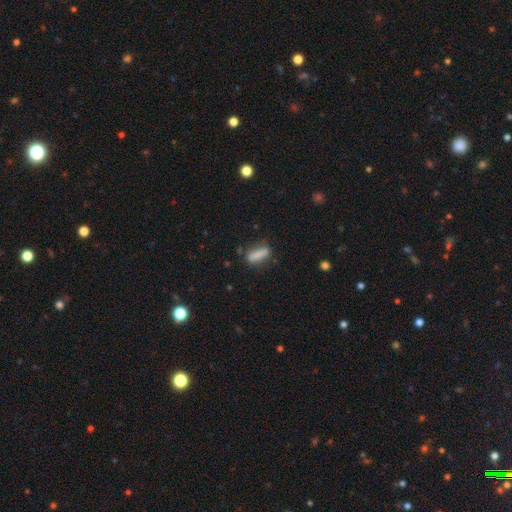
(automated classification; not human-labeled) The model was most divided on "how rounded": cigar-shaped: 65%, in between: 32%, round: 3%. More confident: smooth or featured — smooth (78%); merging — none (77%).